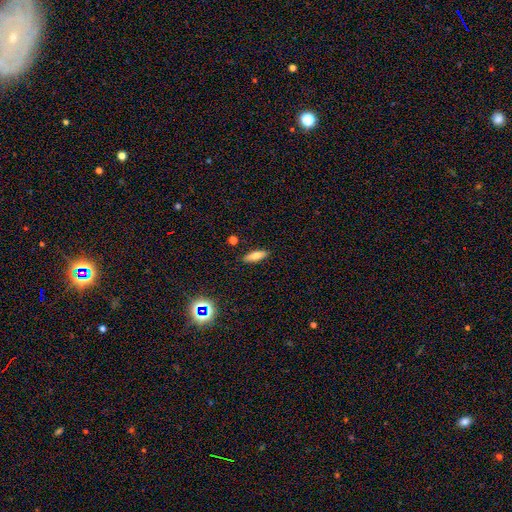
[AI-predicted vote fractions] smooth 75%, featured or disk 16%, star or artifact 9%. Down the decision tree: how rounded — in between (54%); merging — none (88%).